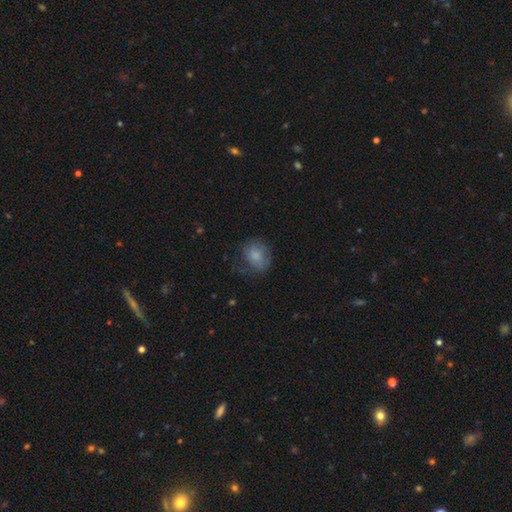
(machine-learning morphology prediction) Q: Smooth or featured?
A: smooth (70%); runner-up: featured or disk (21%)
Q: How rounded?
A: round (56%); runner-up: in between (43%)
Q: Merging?
A: none (51%); runner-up: minor disturbance (28%)